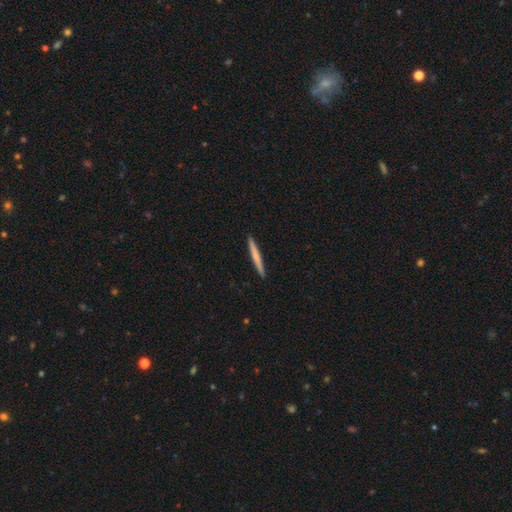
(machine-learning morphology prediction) smooth 63%, featured or disk 32%, star or artifact 5%. Down the decision tree: how rounded — cigar-shaped (97%); merging — none (93%).